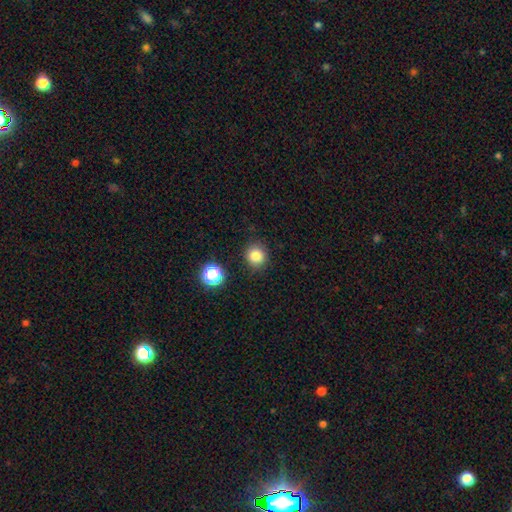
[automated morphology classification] Smooth or featured? smooth (82%)
How rounded? round (91%)
Merging? none (88%)